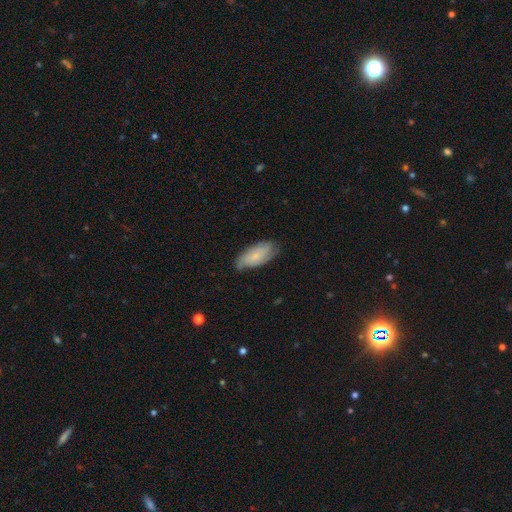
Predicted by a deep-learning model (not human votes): Smooth or featured? smooth (53%)
How rounded? in between (84%)
Merging? none (73%)